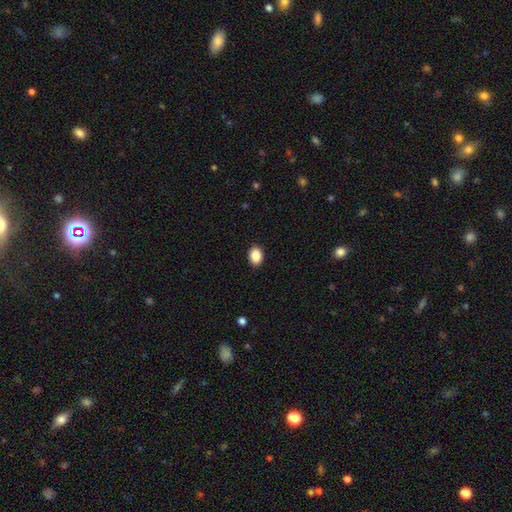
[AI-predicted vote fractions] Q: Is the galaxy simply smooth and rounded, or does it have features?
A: smooth — 89%.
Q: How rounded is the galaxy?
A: in between — 70%.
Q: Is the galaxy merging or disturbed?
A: none — 91%.